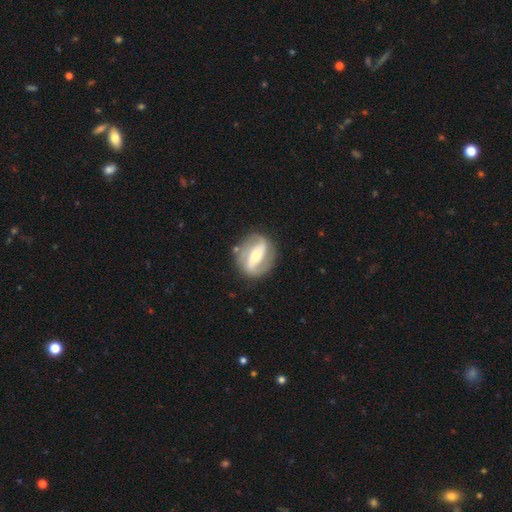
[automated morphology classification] Smooth or featured? Predicted: featured or disk (p=0.80). Edge-on disk? Predicted: no (p=0.94). Bar? Predicted: strong (p=0.60). Spiral arms? Predicted: yes (p=0.85). Spiral winding? Predicted: medium (p=0.41). Spiral arm count? Predicted: 2 (p=0.89). Bulge size? Predicted: moderate (p=0.58). Merging? Predicted: none (p=0.80).